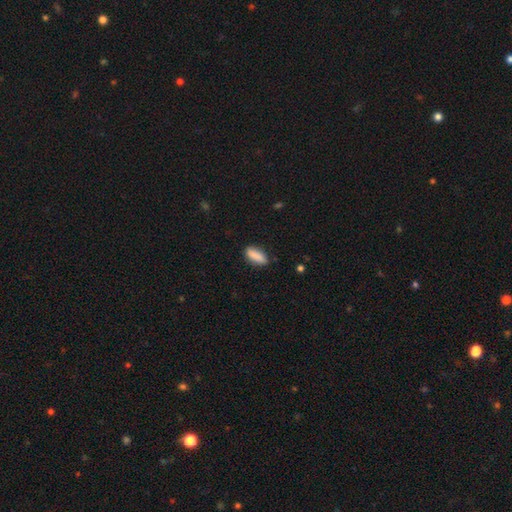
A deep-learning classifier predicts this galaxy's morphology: This is clearly a smooth galaxy (87%). How rounded: likely in between (67%). Merging: clearly none (81%).